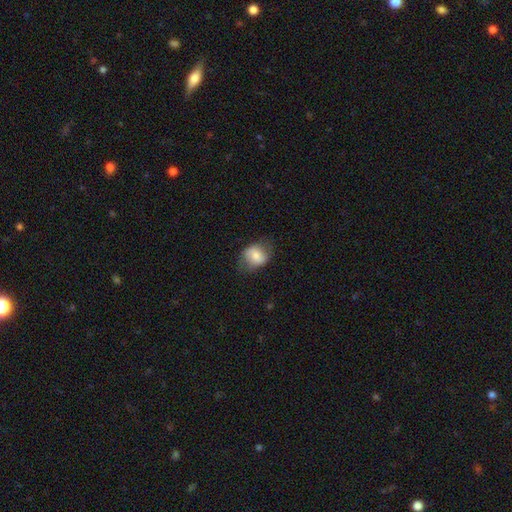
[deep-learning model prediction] The model was most divided on "how rounded": in between: 52%, round: 47%, cigar-shaped: 1%. More confident: smooth or featured — smooth (71%); merging — none (67%).